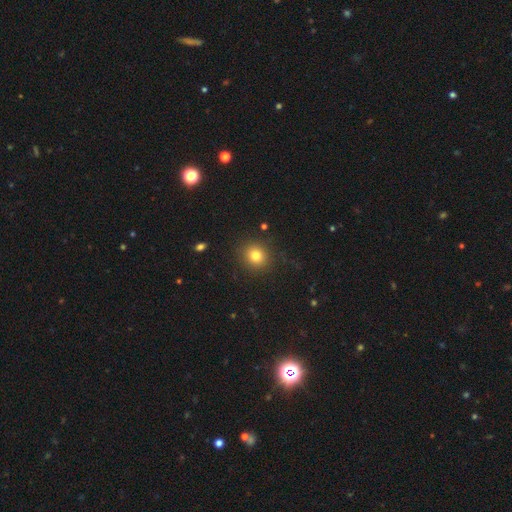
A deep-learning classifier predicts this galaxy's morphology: Overall: smooth (80%). How rounded: round (85%). Merging: none (88%).